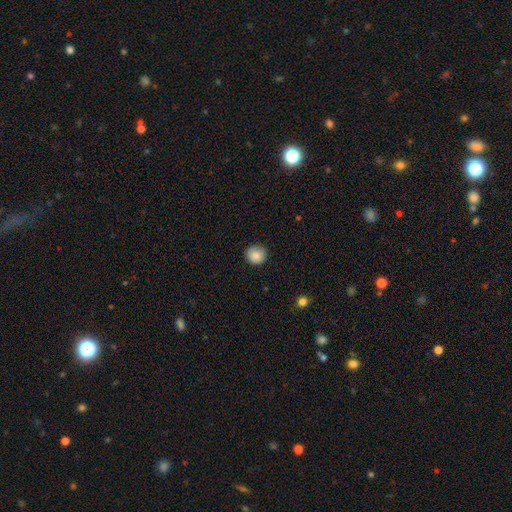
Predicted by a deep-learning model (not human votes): Smooth or featured?
  - smooth: 86% *
  - star or artifact: 9%
  - featured or disk: 5%
How rounded?
  - round: 91% *
  - in between: 8%
  - cigar-shaped: 1%
Merging?
  - none: 89% *
  - minor disturbance: 8%
  - major disturbance: 2%
  - merger: 1%